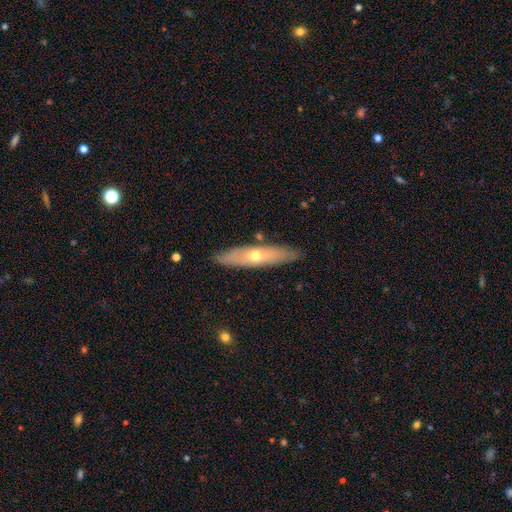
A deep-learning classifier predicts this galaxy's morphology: type=featured or disk (52%); edge-on=yes (67%); merging=none (85%).